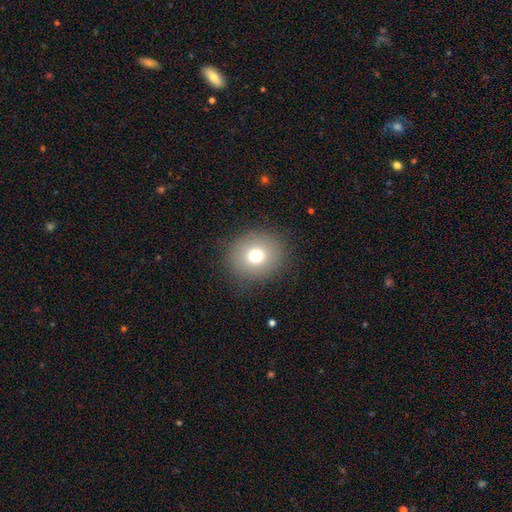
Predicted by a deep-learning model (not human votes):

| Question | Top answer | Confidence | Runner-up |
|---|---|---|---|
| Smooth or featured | smooth | 75% | star or artifact (13%) |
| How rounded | round | 83% | in between (16%) |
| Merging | none | 87% | minor disturbance (8%) |